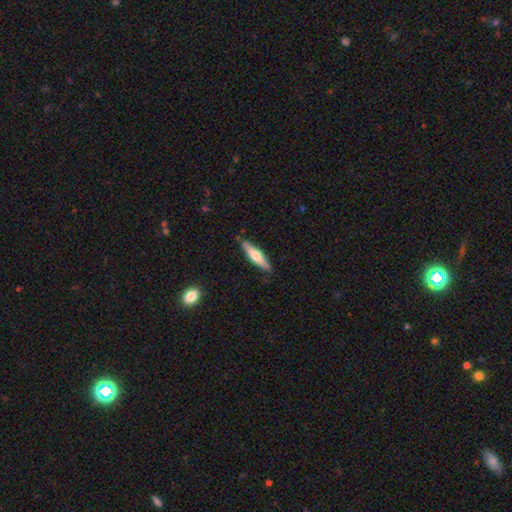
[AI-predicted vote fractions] Smooth or featured: smooth — 53% (featured or disk — 41%)
How rounded: cigar-shaped — 79% (in between — 20%)
Merging: none — 86% (minor disturbance — 10%)